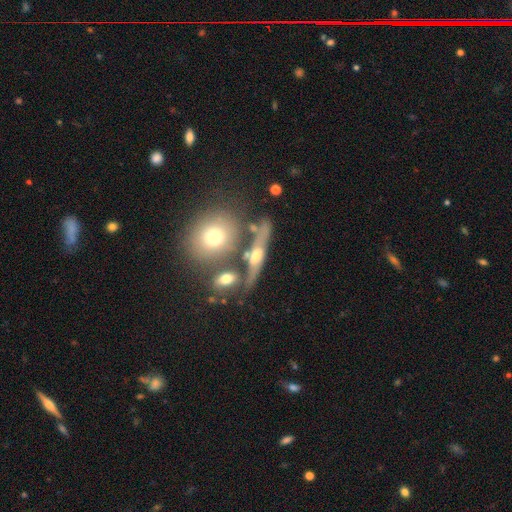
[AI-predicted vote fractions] The model was most divided on "smooth or featured": featured or disk: 54%, smooth: 35%, star or artifact: 11%. More confident: edge-on disk — yes (76%); merging — none (59%).